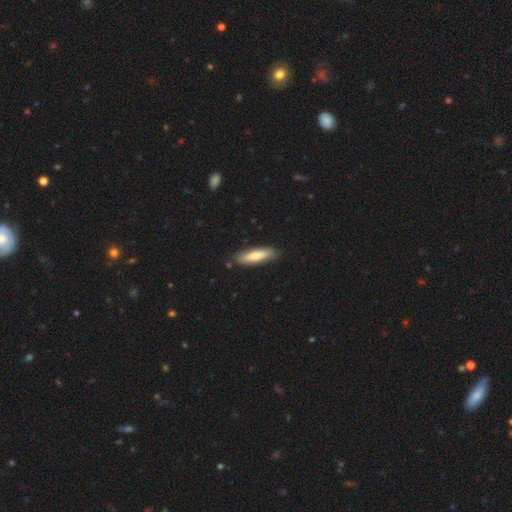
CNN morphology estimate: Smooth or featured?
  - smooth: 69% *
  - featured or disk: 26%
  - star or artifact: 5%
How rounded?
  - cigar-shaped: 65% *
  - in between: 33%
  - round: 2%
Merging?
  - none: 84% *
  - minor disturbance: 12%
  - major disturbance: 2%
  - merger: 2%